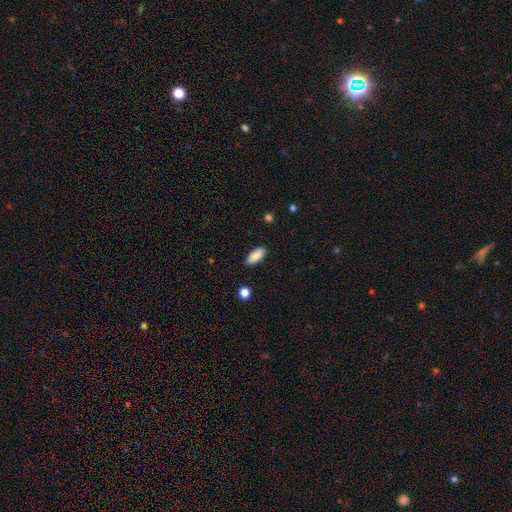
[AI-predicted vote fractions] Smooth or featured?
  - smooth: 89% *
  - star or artifact: 7%
  - featured or disk: 4%
How rounded?
  - in between: 89% *
  - cigar-shaped: 9%
  - round: 2%
Merging?
  - none: 88% *
  - minor disturbance: 9%
  - major disturbance: 2%
  - merger: 1%